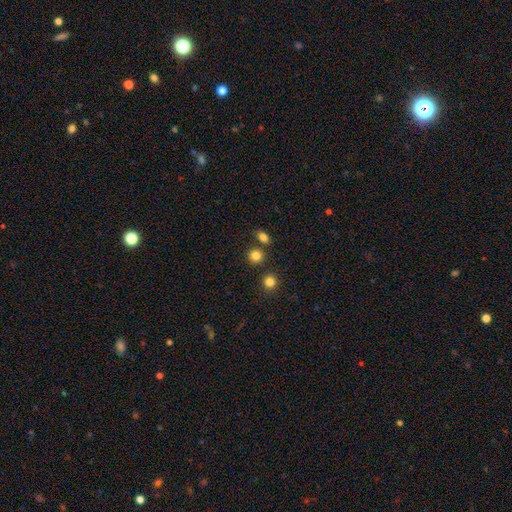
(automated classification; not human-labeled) Smooth or featured?
  - smooth: 82% *
  - star or artifact: 13%
  - featured or disk: 5%
How rounded?
  - round: 83% *
  - in between: 16%
  - cigar-shaped: 1%
Merging?
  - none: 77% *
  - merger: 12%
  - minor disturbance: 8%
  - major disturbance: 3%